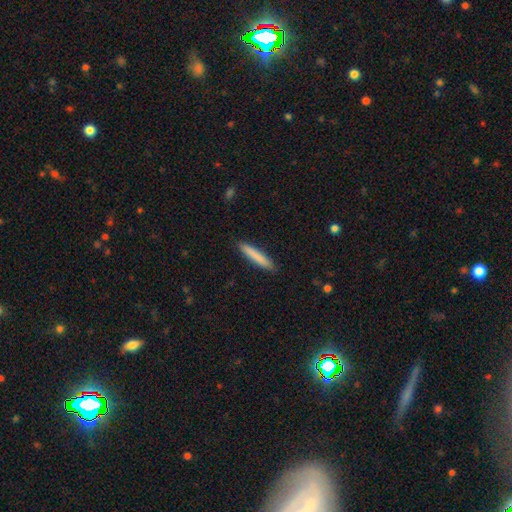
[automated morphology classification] smooth-or-featured: smooth: 82% | featured or disk: 13% | star or artifact: 6%
  how-rounded: cigar-shaped: 93% | in between: 6% | round: 1%
  merging: none: 91% | minor disturbance: 7% | major disturbance: 1% | merger: 1%